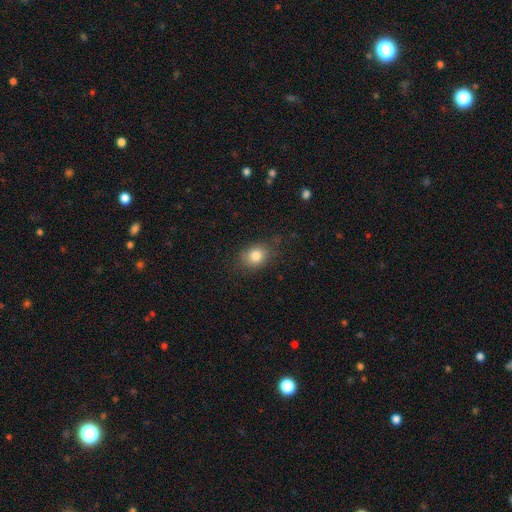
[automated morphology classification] smooth_or_featured: smooth (p=0.83) [alt: star or artifact p=0.10]
how_rounded: round (p=0.51) [alt: in between p=0.48]
merging: none (p=0.77) [alt: minor disturbance p=0.17]